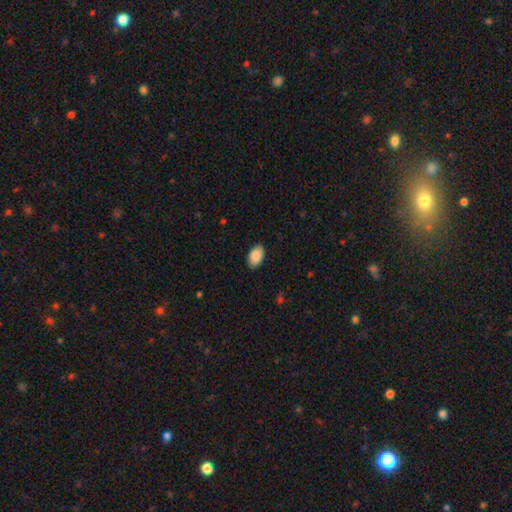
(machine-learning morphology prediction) smooth_or_featured: smooth (p=0.89) [alt: star or artifact p=0.06]
how_rounded: in between (p=0.93) [alt: round p=0.06]
merging: none (p=0.88) [alt: minor disturbance p=0.10]